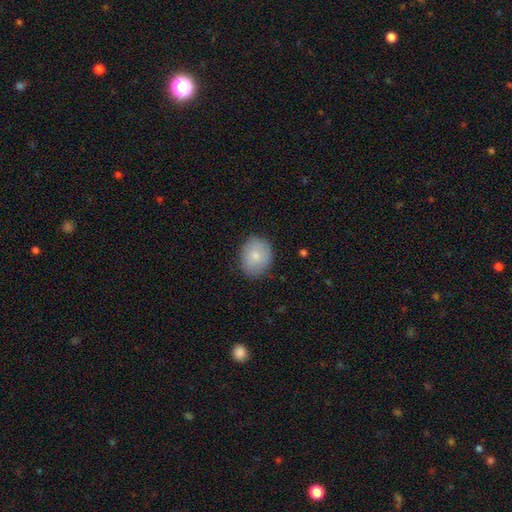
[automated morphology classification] This is clearly a smooth galaxy (80%). How rounded: likely round (62%). Merging: clearly none (81%).